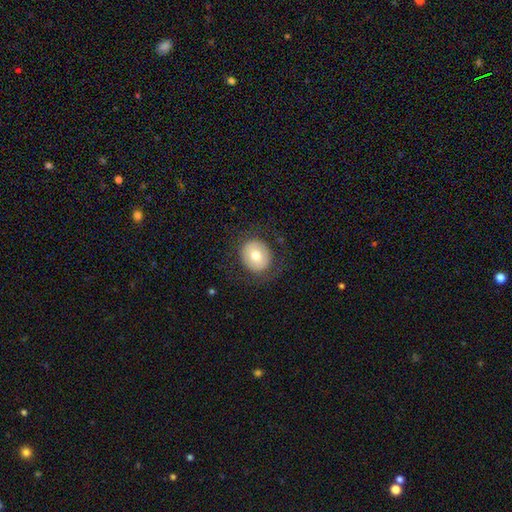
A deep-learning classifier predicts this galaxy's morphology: smooth-or-featured: smooth: 70% | featured or disk: 22% | star or artifact: 8%
  how-rounded: round: 77% | in between: 22% | cigar-shaped: 1%
  merging: none: 80% | minor disturbance: 12% | major disturbance: 7% | merger: 1%